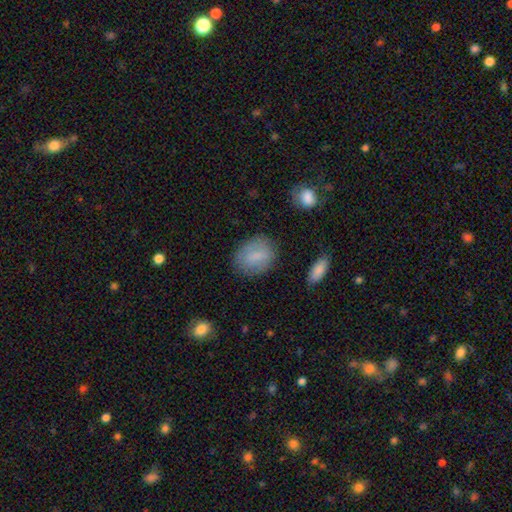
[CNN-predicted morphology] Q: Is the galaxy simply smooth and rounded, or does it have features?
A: smooth — 78%.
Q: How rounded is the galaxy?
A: in between — 65%.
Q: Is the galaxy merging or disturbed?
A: none — 79%.